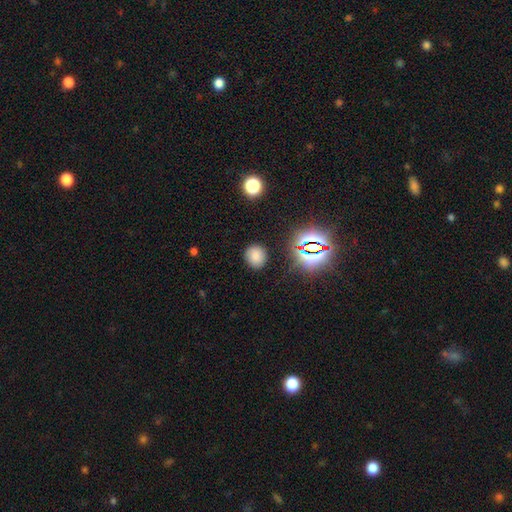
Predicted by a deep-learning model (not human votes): This is likely a smooth galaxy (75%). How rounded: likely round (75%). Merging: clearly none (86%).